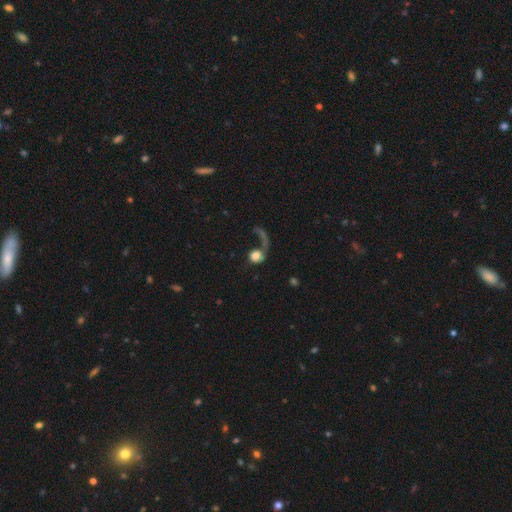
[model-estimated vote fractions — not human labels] Morphology: type=smooth (55%); roundness=round (76%); merging=major disturbance (51%).